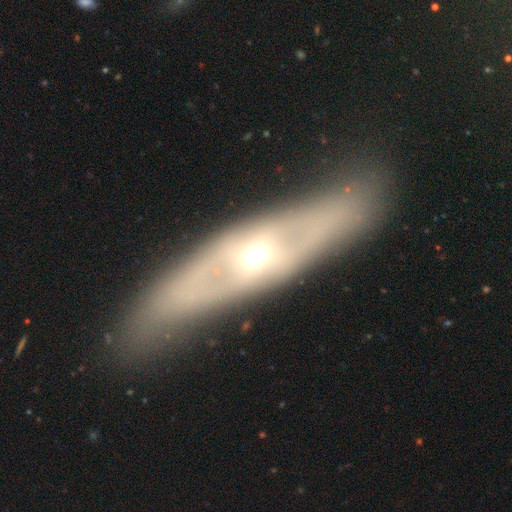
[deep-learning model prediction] smooth_or_featured: featured or disk (p=0.63) [alt: smooth p=0.29]
disk_edge_on: no (p=0.65) [alt: yes p=0.35]
merging: none (p=0.77) [alt: minor disturbance p=0.13]